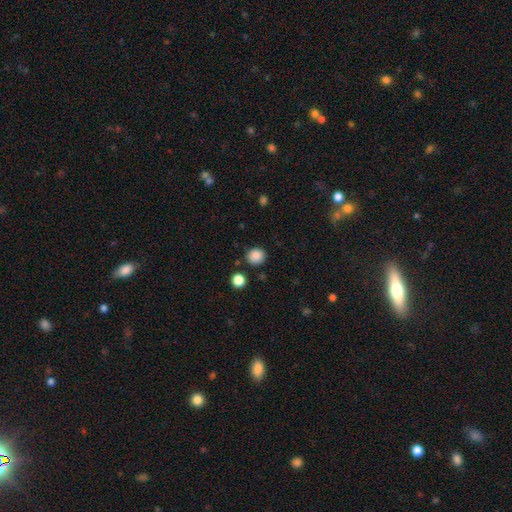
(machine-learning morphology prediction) Q: Smooth or featured?
A: smooth (87%); runner-up: star or artifact (10%)
Q: How rounded?
A: round (89%); runner-up: in between (10%)
Q: Merging?
A: none (87%); runner-up: minor disturbance (7%)